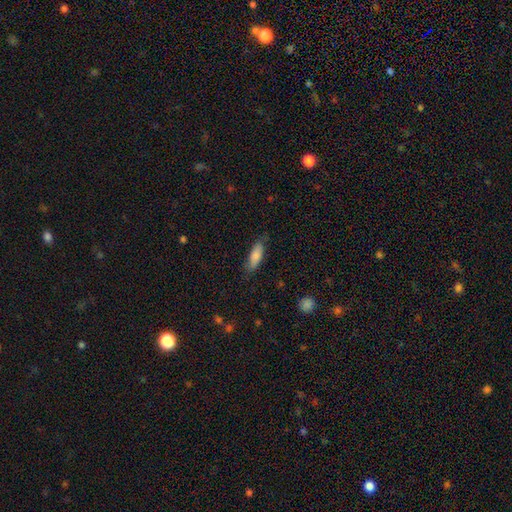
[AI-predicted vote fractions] A smooth galaxy with no disk features (79%) that is in between round and cigar-shaped (58%). Merging: none (76%).